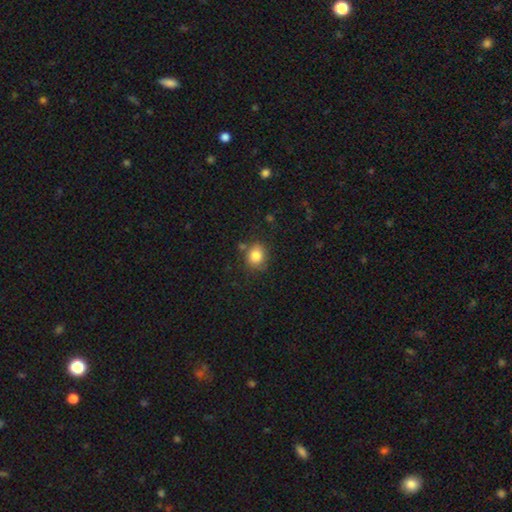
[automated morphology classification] type=smooth (83%); roundness=round (68%); merging=none (74%).